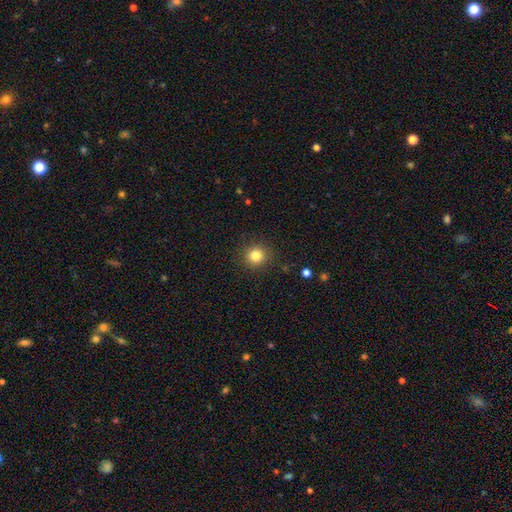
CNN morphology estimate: This appears to be a smooth galaxy with no disk features (82%) that is round (92%). Merging: none (90%).